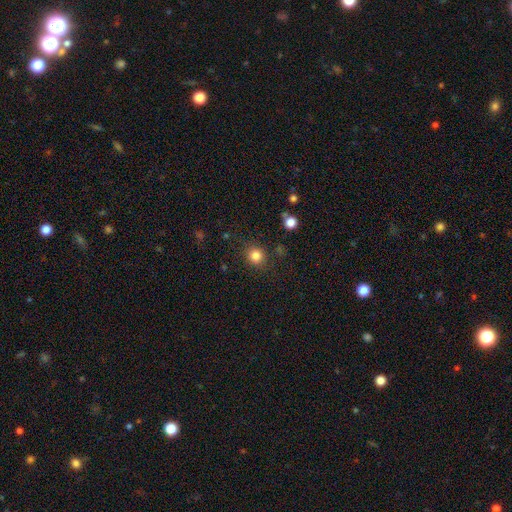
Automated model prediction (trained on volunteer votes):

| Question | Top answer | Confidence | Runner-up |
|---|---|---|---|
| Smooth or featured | smooth | 83% | star or artifact (12%) |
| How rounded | round | 89% | in between (10%) |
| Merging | none | 85% | minor disturbance (9%) |